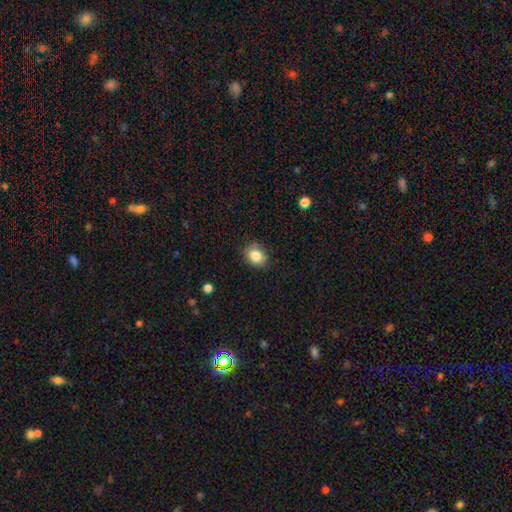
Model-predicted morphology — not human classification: smooth_or_featured: smooth (p=0.85) [alt: star or artifact p=0.09]
how_rounded: in between (p=0.51) [alt: round p=0.48]
merging: none (p=0.83) [alt: minor disturbance p=0.13]